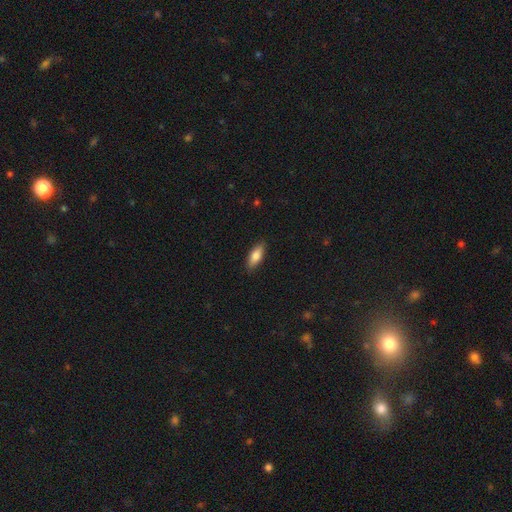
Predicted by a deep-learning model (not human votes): This appears to be a smooth galaxy with no disk features (81%) that is in between round and cigar-shaped (70%). Merging: none (87%).